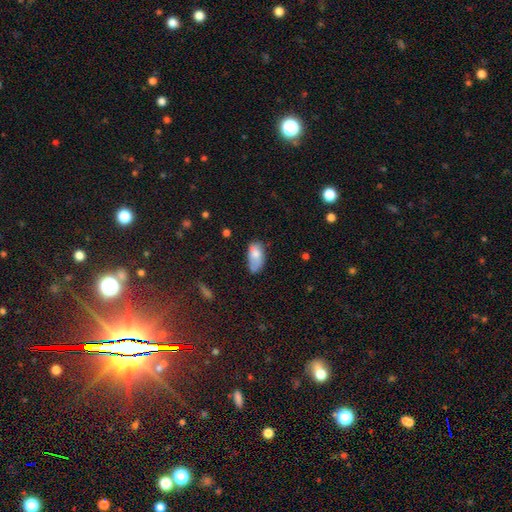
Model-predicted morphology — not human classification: smooth_or_featured: smooth (p=0.74) [alt: featured or disk p=0.18]
how_rounded: in between (p=0.93) [alt: round p=0.04]
merging: none (p=0.45) [alt: minor disturbance p=0.37]